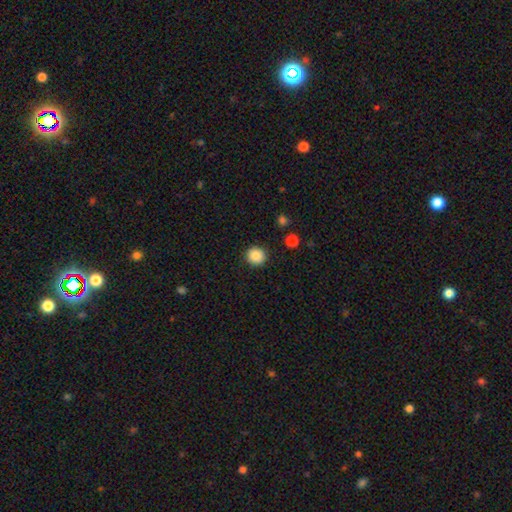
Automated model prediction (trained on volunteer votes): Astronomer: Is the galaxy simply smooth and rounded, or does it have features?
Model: smooth — 88%.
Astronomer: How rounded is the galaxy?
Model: round — 93%.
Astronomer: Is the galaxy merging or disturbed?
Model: none — 91%.